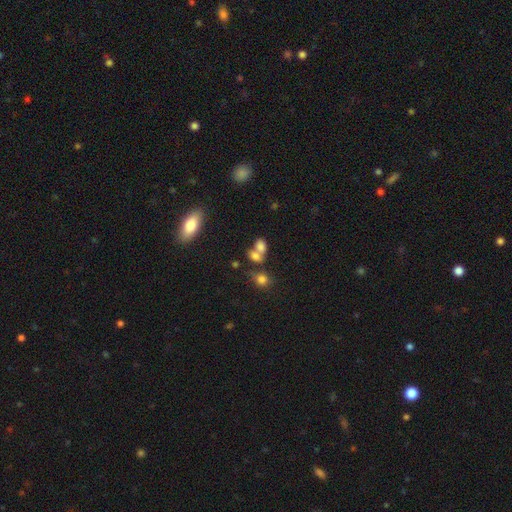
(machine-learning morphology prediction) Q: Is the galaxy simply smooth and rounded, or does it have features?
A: smooth — 72%.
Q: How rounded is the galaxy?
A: in between — 64%.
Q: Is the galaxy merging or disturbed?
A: merger — 52%.